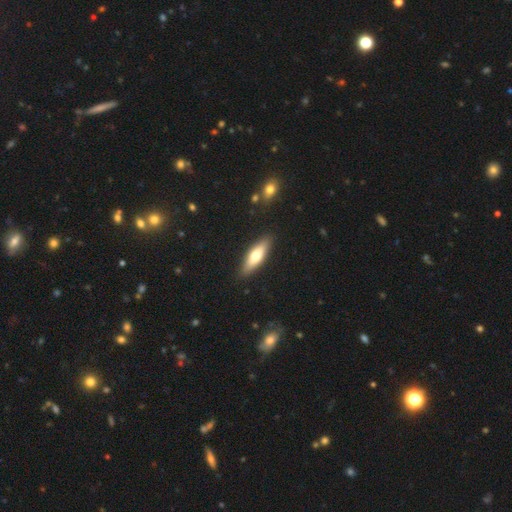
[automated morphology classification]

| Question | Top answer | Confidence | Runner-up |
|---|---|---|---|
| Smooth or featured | smooth | 62% | featured or disk (33%) |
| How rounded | cigar-shaped | 55% | in between (43%) |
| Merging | none | 88% | minor disturbance (9%) |